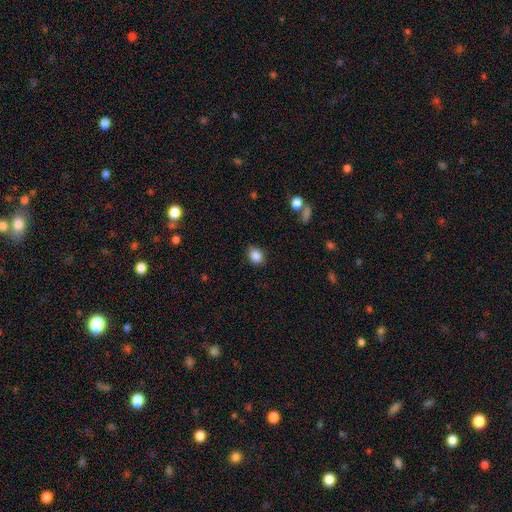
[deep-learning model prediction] This appears to be a smooth galaxy with no disk features (87%) that is in between round and cigar-shaped (53%). Merging: none (81%).